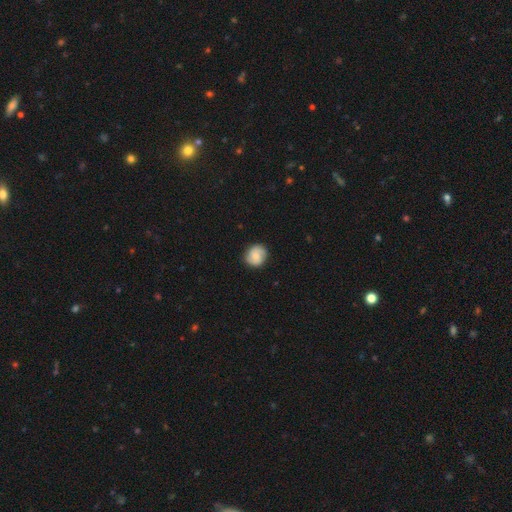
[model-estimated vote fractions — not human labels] The model was most divided on "smooth or featured": smooth: 54%, featured or disk: 39%, star or artifact: 8%. More confident: merging — none (85%); how rounded — round (82%).